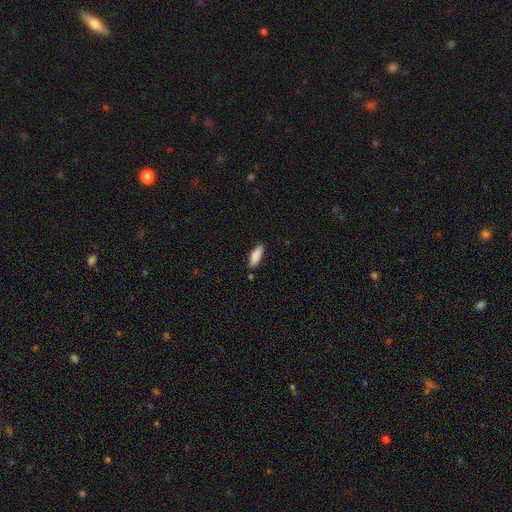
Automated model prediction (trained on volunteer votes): Smooth or featured: smooth — 88% (star or artifact — 6%)
How rounded: in between — 61% (cigar-shaped — 37%)
Merging: none — 82% (minor disturbance — 13%)